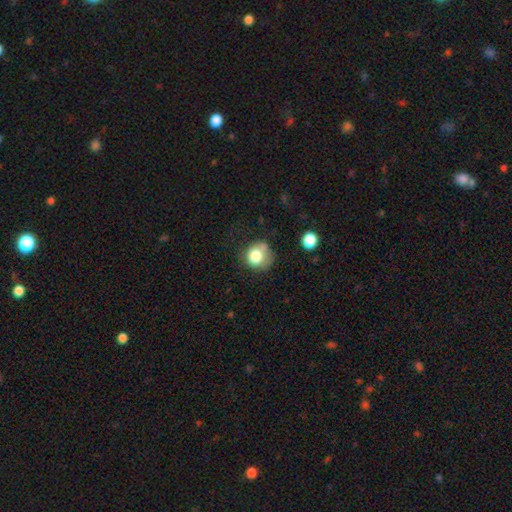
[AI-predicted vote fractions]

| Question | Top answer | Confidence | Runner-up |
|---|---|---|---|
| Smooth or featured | smooth | 79% | featured or disk (11%) |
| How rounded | round | 82% | in between (17%) |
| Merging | none | 49% | minor disturbance (28%) |